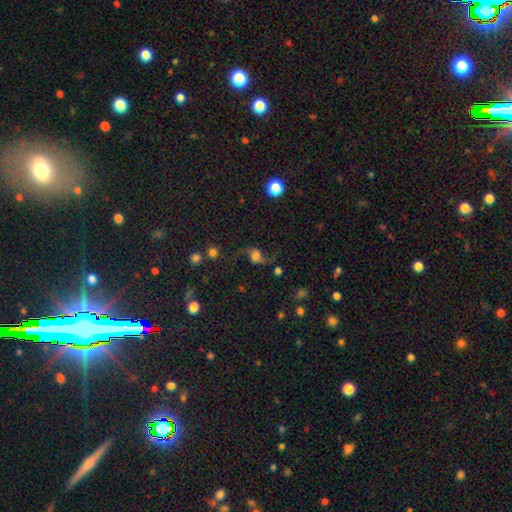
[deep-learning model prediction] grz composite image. It shows a featured or disk galaxy (77%) with no bar (52%), 2 (94%) loose (90%) spiral arms (96%) and a large central bulge (35%). Merging: none (73%).